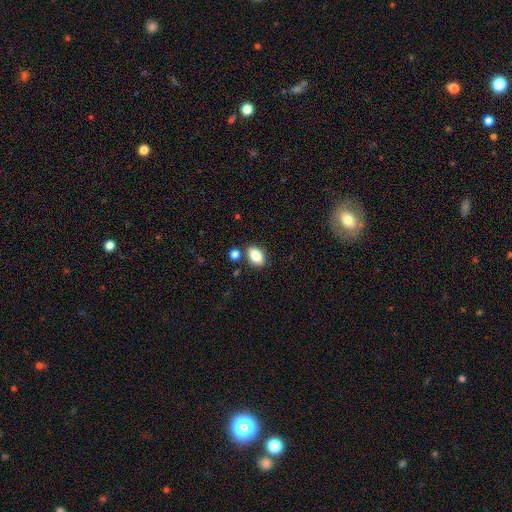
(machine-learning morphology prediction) smooth 82%, featured or disk 10%, star or artifact 8%. Down the decision tree: how rounded — in between (87%); merging — none (79%).